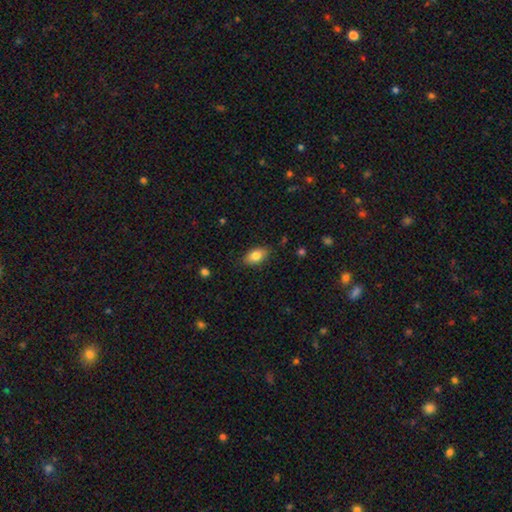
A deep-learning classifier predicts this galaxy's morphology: smooth_or_featured: smooth (p=0.82) [alt: featured or disk p=0.10]
how_rounded: in between (p=0.91) [alt: round p=0.07]
merging: none (p=0.84) [alt: minor disturbance p=0.12]